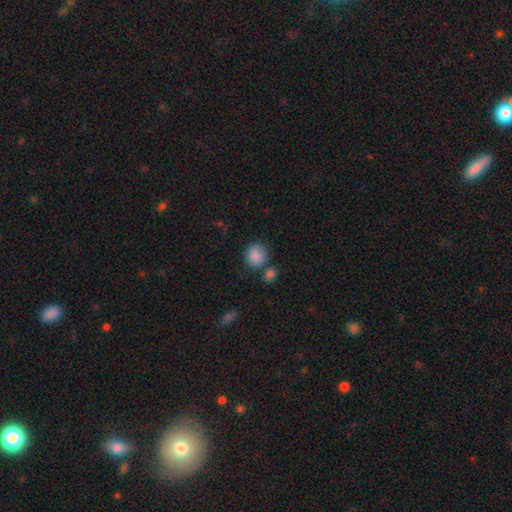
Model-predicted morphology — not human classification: This is clearly a smooth galaxy (87%). How rounded: likely round (77%). Merging: likely none (68%).